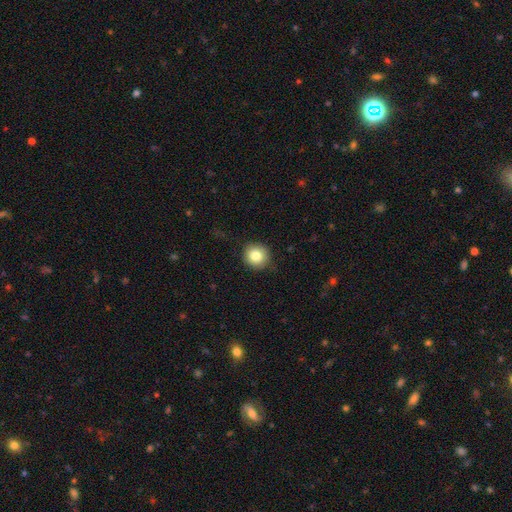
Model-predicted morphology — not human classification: smooth_or_featured: smooth (p=0.83) [alt: star or artifact p=0.10]
how_rounded: round (p=0.93) [alt: in between p=0.06]
merging: none (p=0.87) [alt: minor disturbance p=0.10]